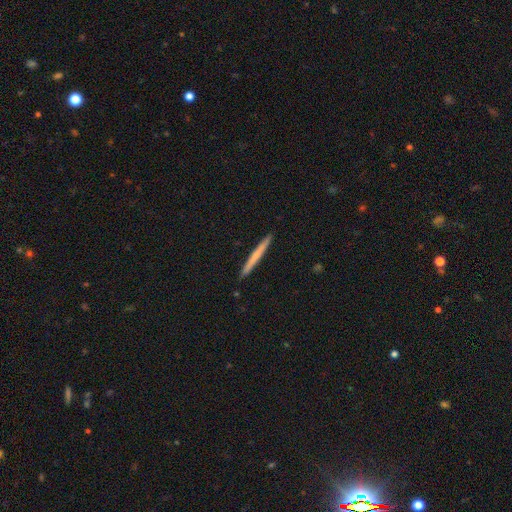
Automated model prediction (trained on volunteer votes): Smooth or featured? Predicted: smooth (p=0.59). How rounded? Predicted: cigar-shaped (p=0.97). Merging? Predicted: none (p=0.93).